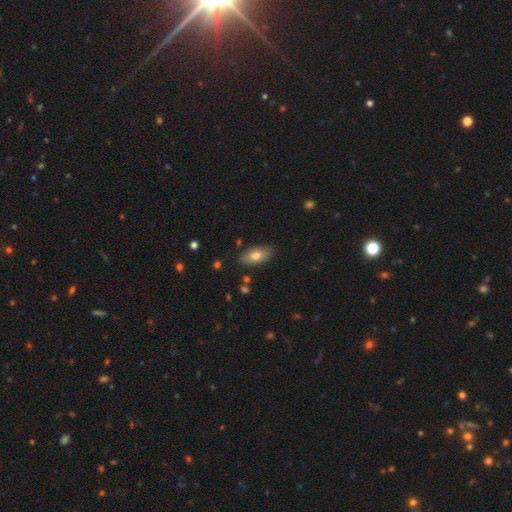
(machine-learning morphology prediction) smooth_or_featured: smooth (p=0.76) [alt: featured or disk p=0.17]
how_rounded: in between (p=0.89) [alt: cigar-shaped p=0.08]
merging: none (p=0.85) [alt: minor disturbance p=0.11]